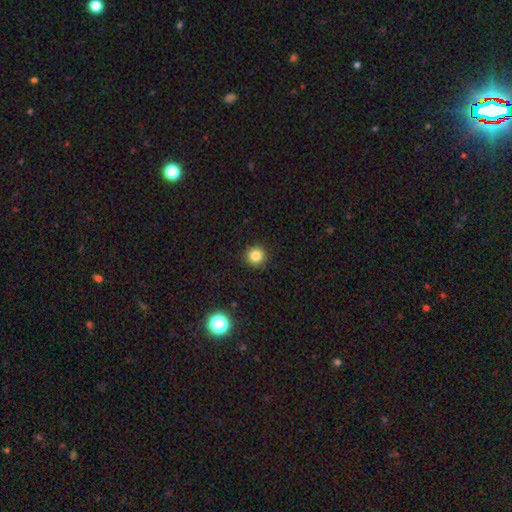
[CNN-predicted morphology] type=smooth (83%); roundness=round (95%); merging=none (92%).